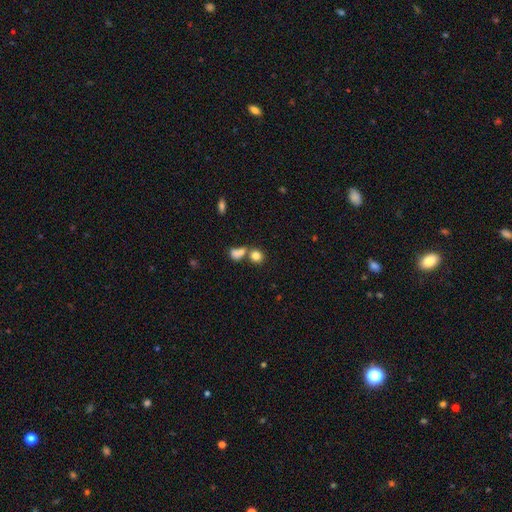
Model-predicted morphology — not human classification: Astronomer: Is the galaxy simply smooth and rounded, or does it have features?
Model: smooth — 80%.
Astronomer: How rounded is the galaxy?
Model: round — 79%.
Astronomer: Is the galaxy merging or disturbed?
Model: none — 49% (runner-up: merger, 39%).